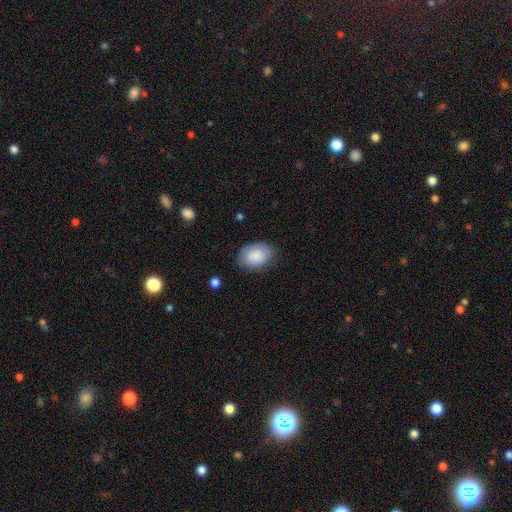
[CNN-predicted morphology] smooth-or-featured: smooth: 86% | featured or disk: 8% | star or artifact: 6%
  how-rounded: in between: 83% | round: 16% | cigar-shaped: 1%
  merging: none: 77% | minor disturbance: 18% | major disturbance: 4% | merger: 1%